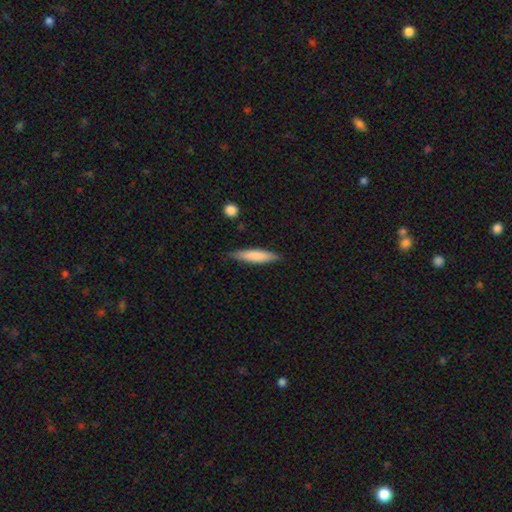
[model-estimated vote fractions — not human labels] A smooth galaxy with no disk features (77%) that is cigar-shaped (81%).

Vote fractions:
- Smooth or featured? smooth: 77% / featured or disk: 18% / star or artifact: 5%
- How rounded? cigar-shaped: 81% / in between: 18% / round: 1%
- Merging? none: 83% / minor disturbance: 13% / major disturbance: 2% / merger: 2%